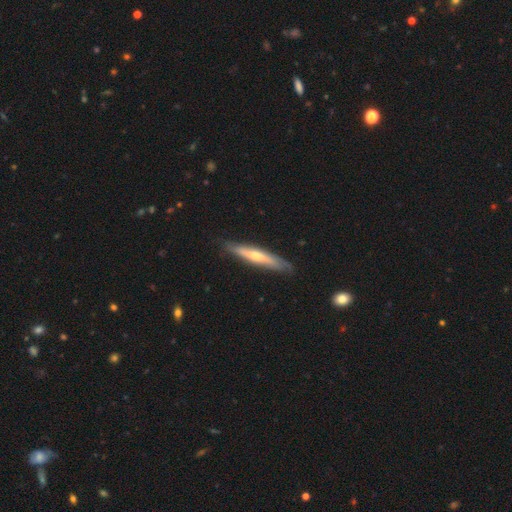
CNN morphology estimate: This appears to be a featured or disk galaxy (56%) viewed edge-on (91%) with a rounded central bulge (76%). Merging: none (87%).